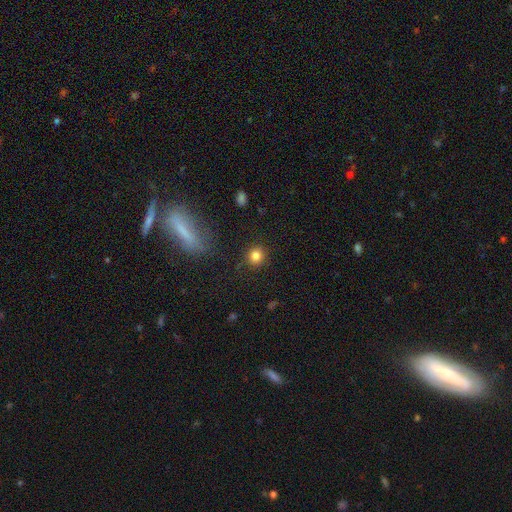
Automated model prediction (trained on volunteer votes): This is clearly a smooth galaxy (83%). How rounded: clearly round (85%). Merging: clearly none (87%).